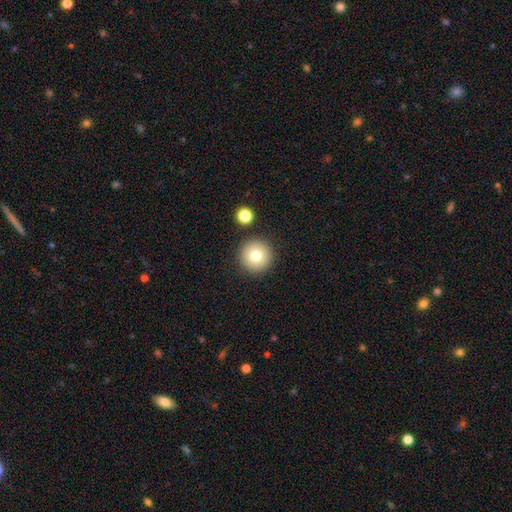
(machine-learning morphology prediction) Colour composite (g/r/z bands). It shows a smooth galaxy with no disk features (77%) that is round (96%). Merging: none (88%).